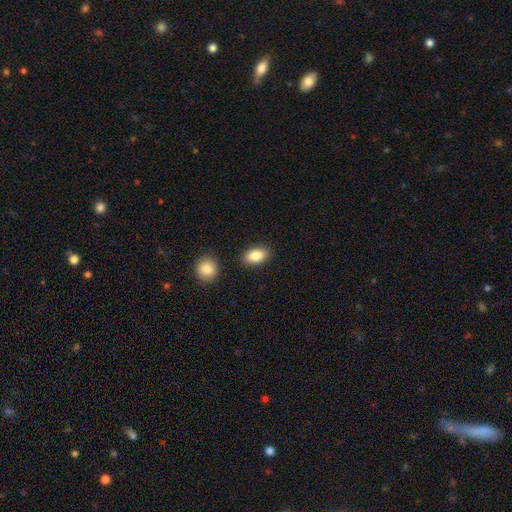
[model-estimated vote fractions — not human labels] Smooth or featured?
  - smooth: 85% *
  - featured or disk: 8%
  - star or artifact: 7%
How rounded?
  - in between: 90% *
  - round: 7%
  - cigar-shaped: 2%
Merging?
  - none: 86% *
  - minor disturbance: 8%
  - merger: 4%
  - major disturbance: 2%